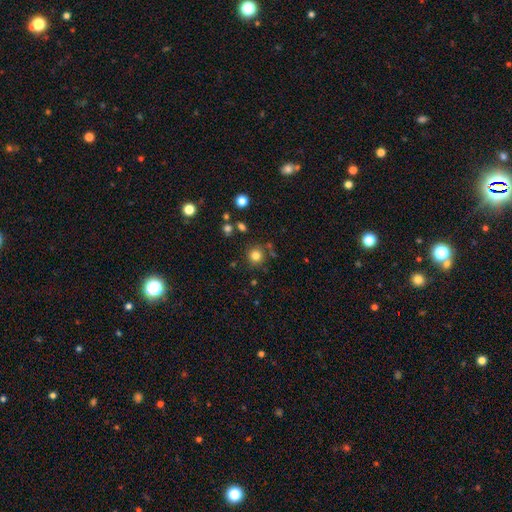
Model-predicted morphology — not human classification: The model was most divided on "smooth or featured": smooth: 80%, star or artifact: 14%, featured or disk: 7%. More confident: how rounded — round (92%); merging — none (81%).